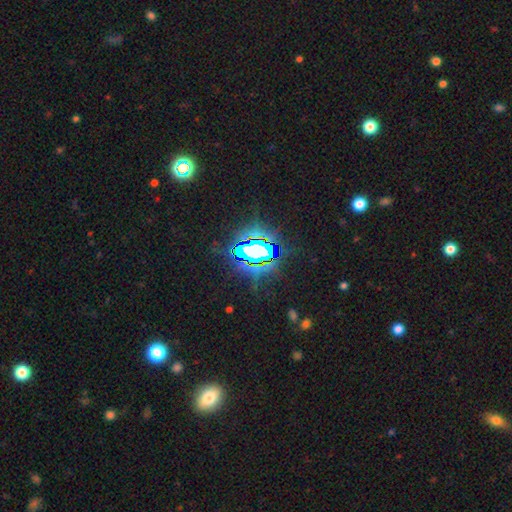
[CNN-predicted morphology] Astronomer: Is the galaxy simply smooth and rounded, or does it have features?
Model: star or artifact — 76%.